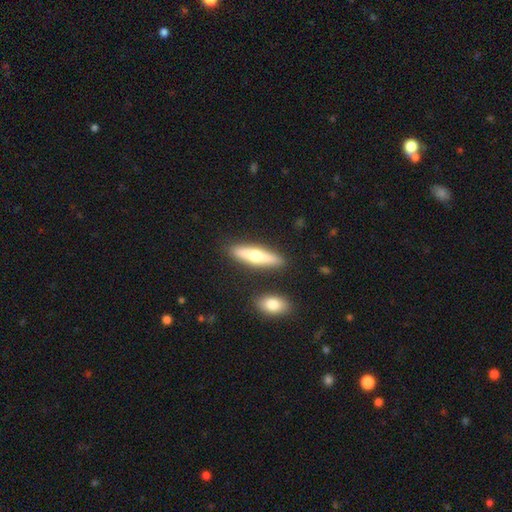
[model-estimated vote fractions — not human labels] This is possibly a smooth galaxy (53%). How rounded: likely cigar-shaped (75%). Merging: clearly none (85%).